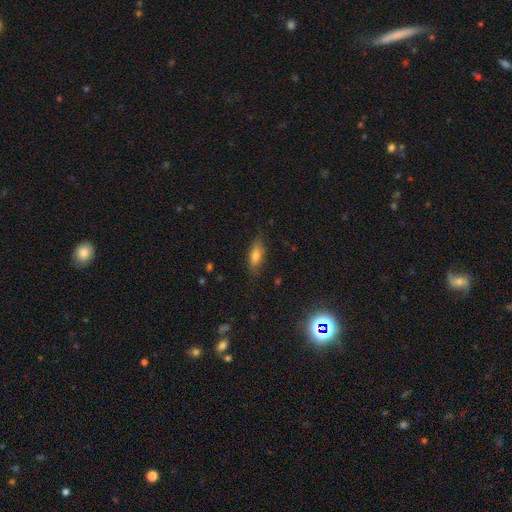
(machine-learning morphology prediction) This appears to be a smooth galaxy with no disk features (71%) that is in between round and cigar-shaped (64%). Merging: none (76%).